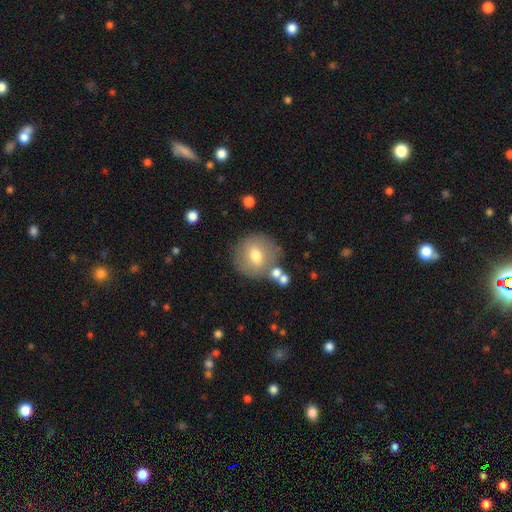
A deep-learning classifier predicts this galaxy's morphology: This appears to be a smooth galaxy with no disk features (66%) that is round (87%). Merging: none (76%).